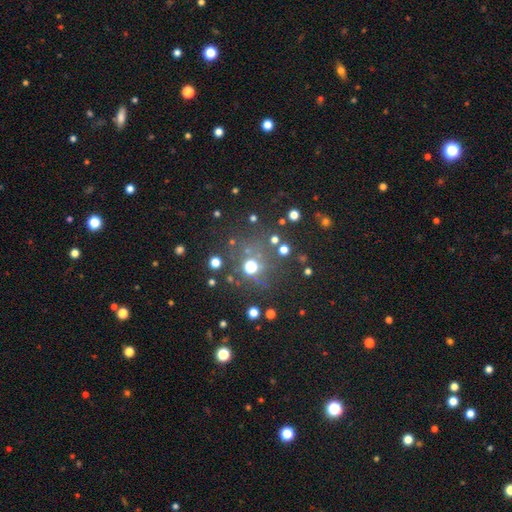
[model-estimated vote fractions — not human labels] This is possibly a star or artifact rather than a galaxy (48%).